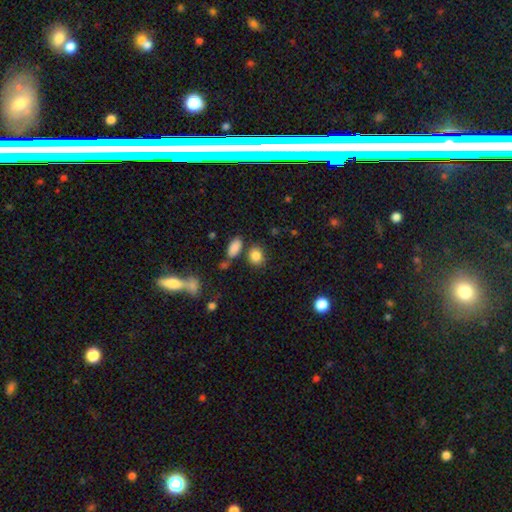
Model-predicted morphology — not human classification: Overall: smooth (85%). How rounded: in between (52%; round 46%). Merging: none (72%).